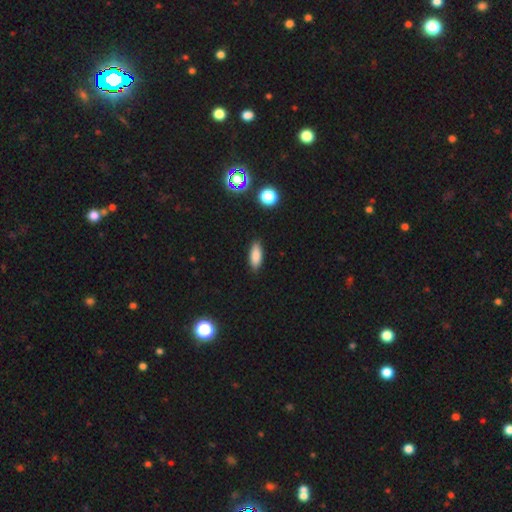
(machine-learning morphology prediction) Smooth or featured? Predicted: smooth (p=0.85). How rounded? Predicted: in between (p=0.75). Merging? Predicted: none (p=0.87).